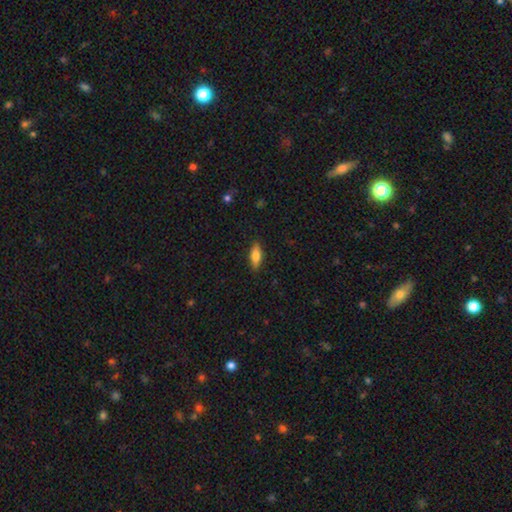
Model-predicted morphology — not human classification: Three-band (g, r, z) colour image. It shows a smooth galaxy with no disk features (76%) that is in between round and cigar-shaped (68%). Merging: none (87%).